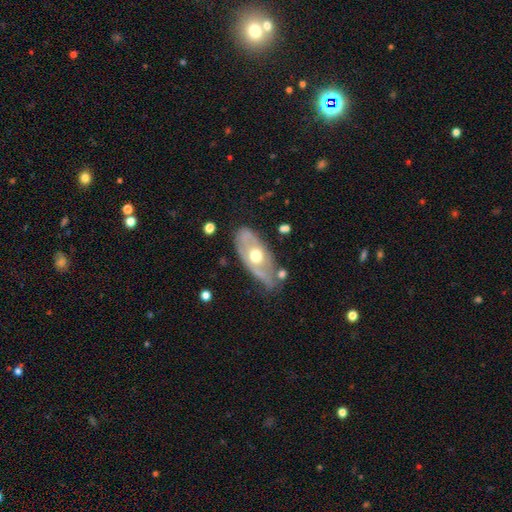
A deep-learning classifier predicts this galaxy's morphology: The model was most divided on "spiral arms": no: 64%, yes: 36%. More confident: bar — no (85%); edge-on disk — no (80%); bulge size — moderate (73%); smooth or featured — featured or disk (64%); merging — none (59%).